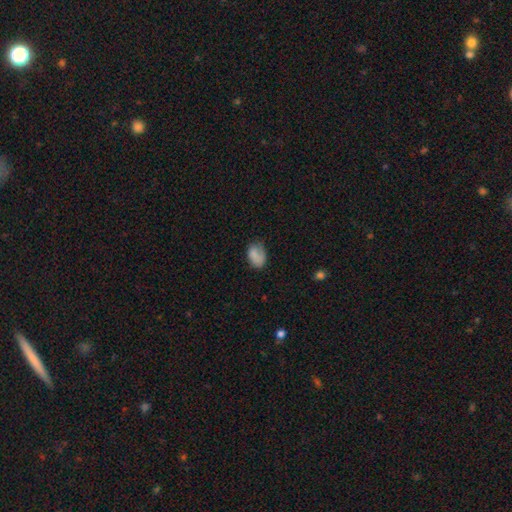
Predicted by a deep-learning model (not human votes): Morphology: type=smooth (79%); roundness=in between (83%); merging=none (55%).